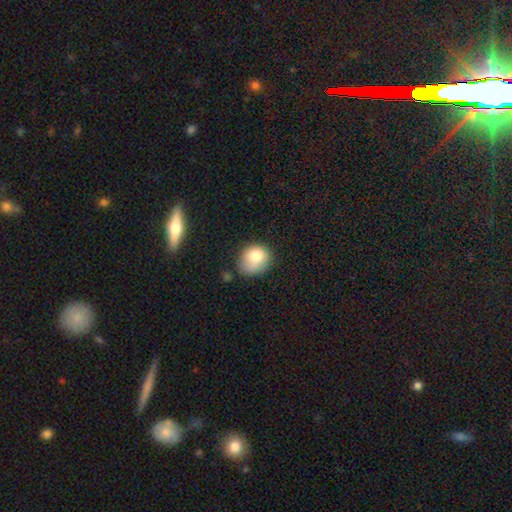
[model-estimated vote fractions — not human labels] This is likely a smooth galaxy (79%). How rounded: possibly round (57%). Merging: possibly none (46%).